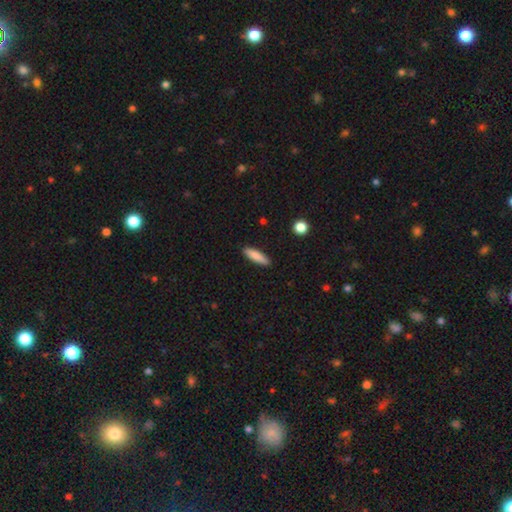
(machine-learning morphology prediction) The model was most divided on "how rounded": cigar-shaped: 70%, in between: 28%, round: 2%. More confident: merging — none (89%); smooth or featured — smooth (84%).